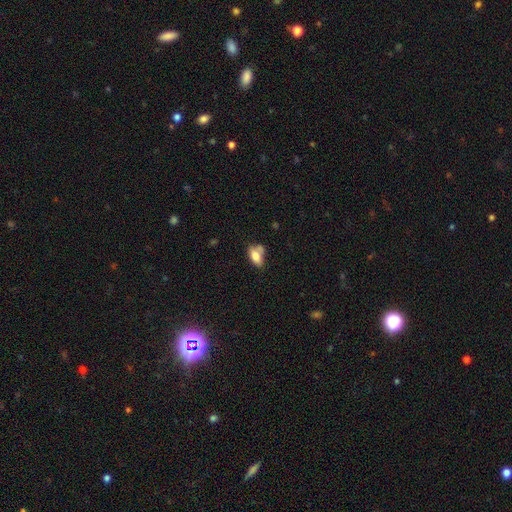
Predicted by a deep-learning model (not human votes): Smooth or featured: smooth — 76% (featured or disk — 16%)
How rounded: in between — 89% (round — 6%)
Merging: none — 44% (merger — 24%)